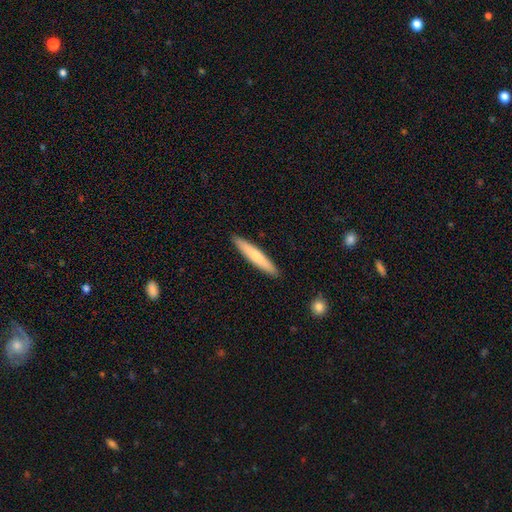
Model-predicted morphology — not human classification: This is likely a smooth galaxy (70%). How rounded: clearly cigar-shaped (94%). Merging: clearly none (92%).